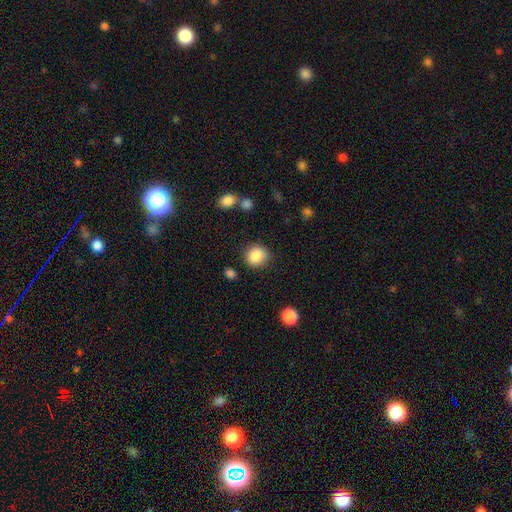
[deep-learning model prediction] Smooth or featured? Predicted: smooth (p=0.87). How rounded? Predicted: round (p=0.87). Merging? Predicted: none (p=0.85).